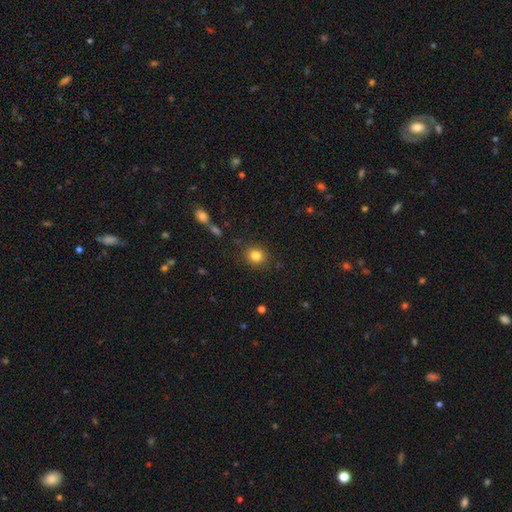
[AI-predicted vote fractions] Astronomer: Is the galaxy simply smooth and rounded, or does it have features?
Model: smooth — 83%.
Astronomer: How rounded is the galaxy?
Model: round — 80%.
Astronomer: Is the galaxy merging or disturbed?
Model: none — 87%.